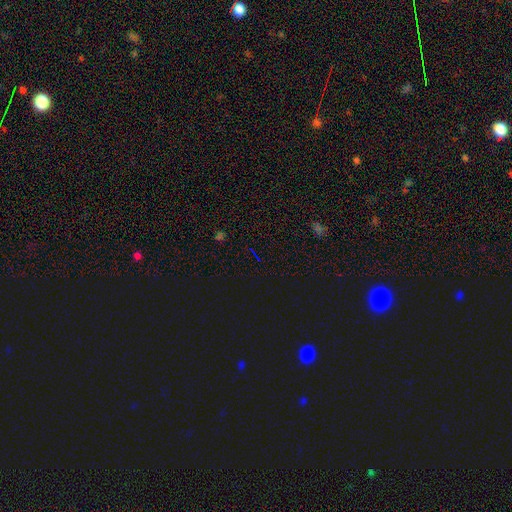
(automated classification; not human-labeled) star or artifact 76%, smooth 15%, featured or disk 9%.